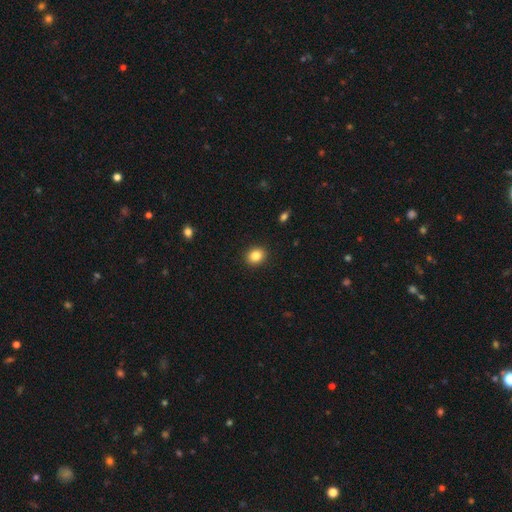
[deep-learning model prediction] Smooth or featured: smooth — 84% (star or artifact — 10%)
How rounded: round — 65% (in between — 35%)
Merging: none — 91% (minor disturbance — 6%)